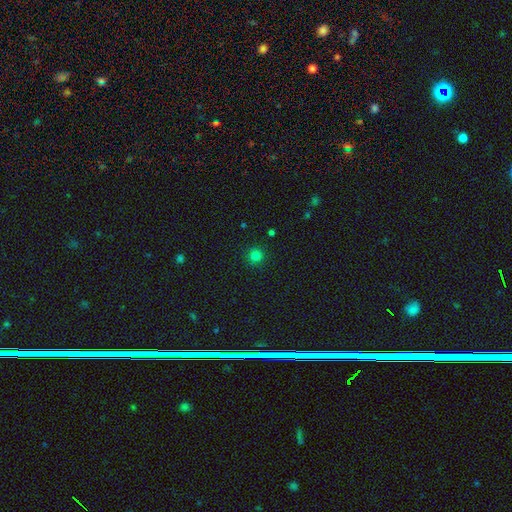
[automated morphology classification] A smooth galaxy with no disk features (79%) that is round (94%). Merging: none (91%).